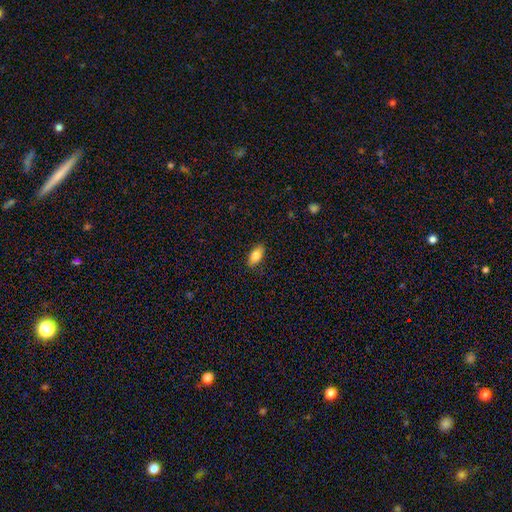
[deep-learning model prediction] This is clearly a smooth galaxy (82%). How rounded: clearly in between (90%). Merging: clearly none (85%).